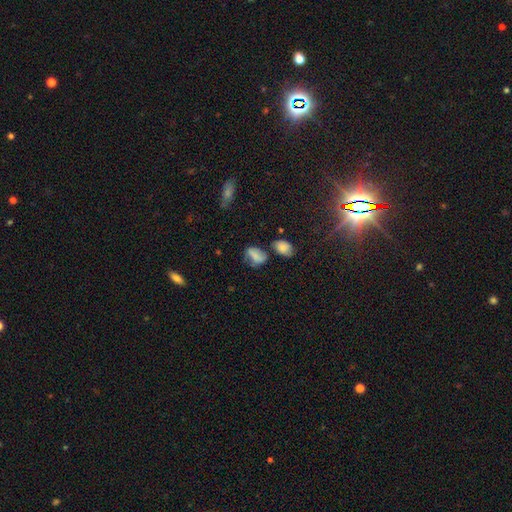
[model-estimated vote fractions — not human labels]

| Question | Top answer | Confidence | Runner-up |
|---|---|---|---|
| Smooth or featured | smooth | 68% | featured or disk (20%) |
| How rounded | in between | 79% | round (18%) |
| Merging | none | 47% | minor disturbance (25%) |